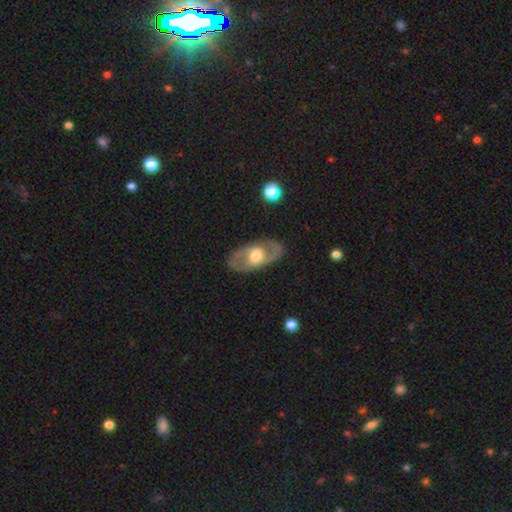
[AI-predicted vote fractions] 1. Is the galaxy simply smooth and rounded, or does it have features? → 72% featured or disk, 24% smooth, 5% star or artifact.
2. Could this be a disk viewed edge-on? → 89% no, 11% yes.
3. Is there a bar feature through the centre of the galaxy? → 60% no, 30% weak, 11% strong.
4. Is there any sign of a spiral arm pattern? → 60% yes, 40% no.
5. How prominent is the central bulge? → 66% moderate, 21% large, 11% small, 1% dominant, 1% none.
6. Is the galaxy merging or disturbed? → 84% none, 11% minor disturbance, 4% major disturbance, 1% merger.